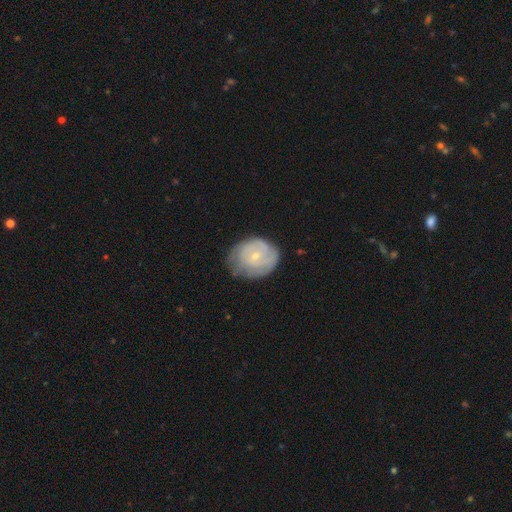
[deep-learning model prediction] featured or disk 58%, smooth 36%, star or artifact 6%. Down the decision tree: edge-on disk — no (97%); bar — no (75%); spiral arms — yes (71%); bulge size — small (74%); merging — none (58%).